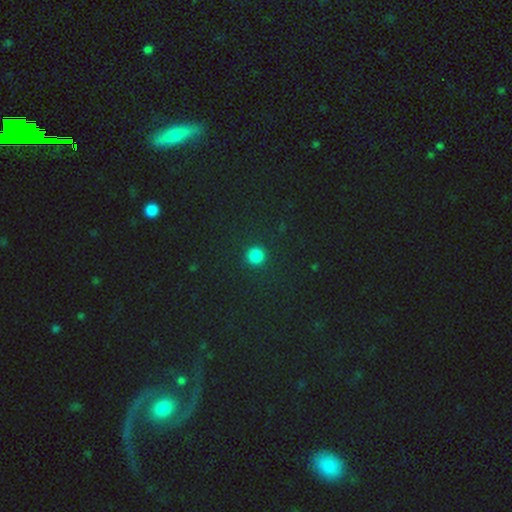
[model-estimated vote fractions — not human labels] The model was most divided on "smooth or featured": smooth: 81%, star or artifact: 15%, featured or disk: 4%. More confident: how rounded — round (92%); merging — none (91%).